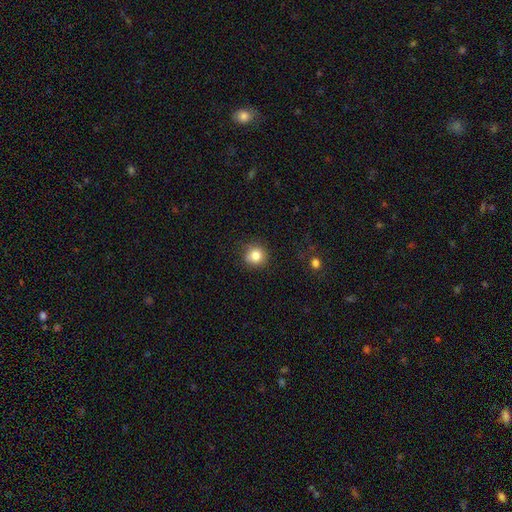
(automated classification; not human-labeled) Morphology: type=smooth (82%); roundness=round (90%); merging=none (79%).